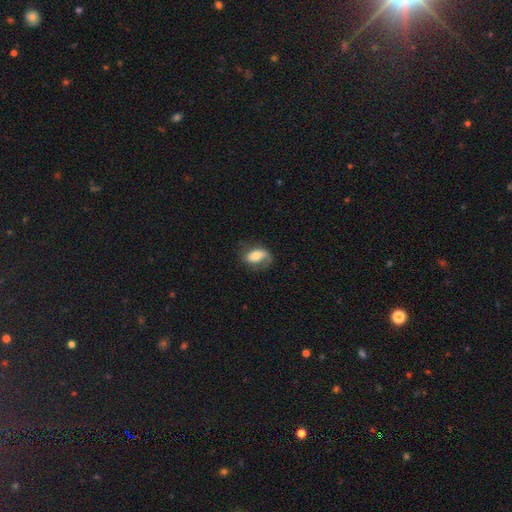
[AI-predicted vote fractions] Q: Smooth or featured?
A: smooth (51%); runner-up: featured or disk (41%)
Q: How rounded?
A: in between (85%); runner-up: round (12%)
Q: Merging?
A: none (52%); runner-up: minor disturbance (26%)